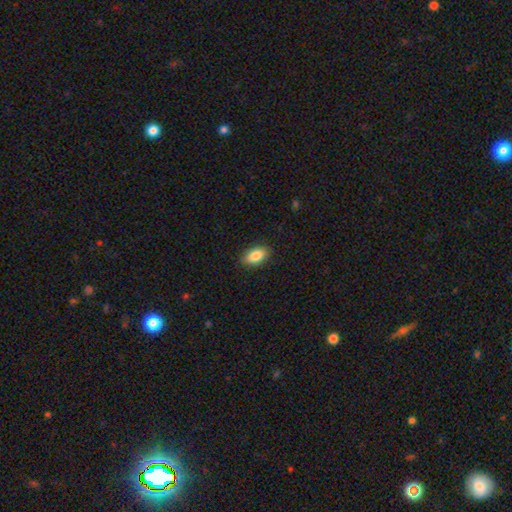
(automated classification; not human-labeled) A smooth galaxy with no disk features (86%) that is in between round and cigar-shaped (91%).

Vote fractions:
- Smooth or featured? smooth: 86% / star or artifact: 7% / featured or disk: 7%
- How rounded? in between: 91% / round: 4% / cigar-shaped: 4%
- Merging? none: 88% / minor disturbance: 9% / major disturbance: 2% / merger: 1%